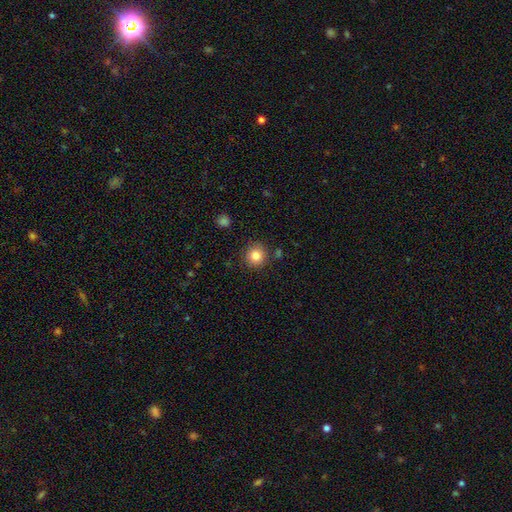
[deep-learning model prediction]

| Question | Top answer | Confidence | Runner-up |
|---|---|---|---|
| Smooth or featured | smooth | 83% | star or artifact (10%) |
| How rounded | round | 92% | in between (7%) |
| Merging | none | 86% | minor disturbance (9%) |